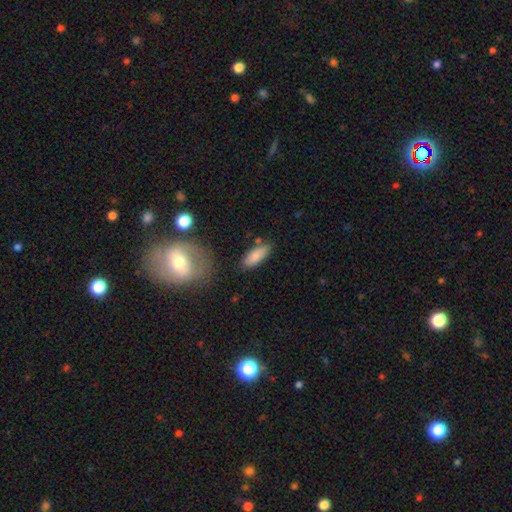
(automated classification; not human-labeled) A smooth galaxy with no disk features (83%) that is in between round and cigar-shaped (75%).

Vote fractions:
- Smooth or featured? smooth: 83% / featured or disk: 10% / star or artifact: 7%
- How rounded? in between: 75% / cigar-shaped: 23% / round: 2%
- Merging? none: 78% / minor disturbance: 14% / merger: 5% / major disturbance: 3%